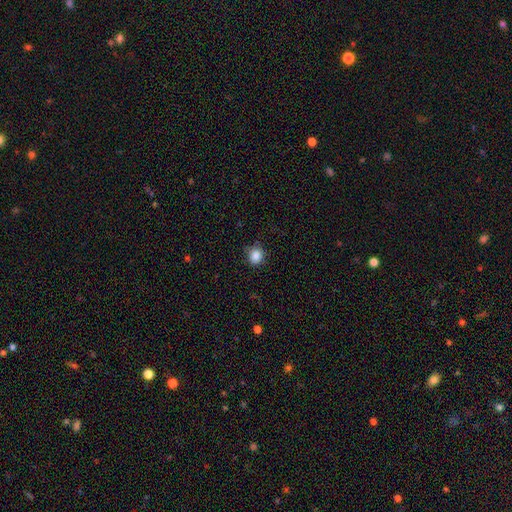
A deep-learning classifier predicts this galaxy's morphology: Overall: smooth (86%). How rounded: round (79%). Merging: none (81%).